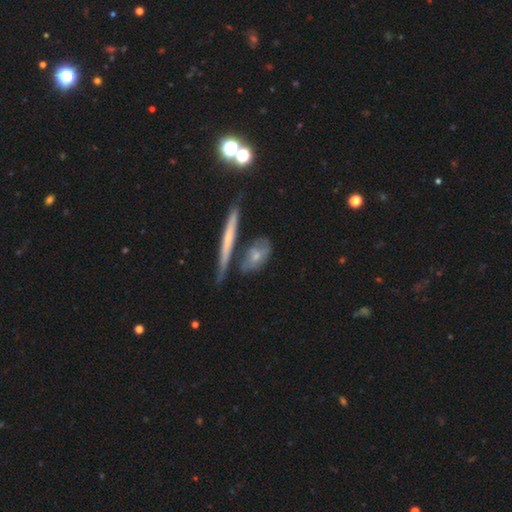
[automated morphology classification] Q: Smooth or featured?
A: featured or disk (47%); runner-up: smooth (46%)
Q: Merging?
A: none (52%); runner-up: minor disturbance (22%)